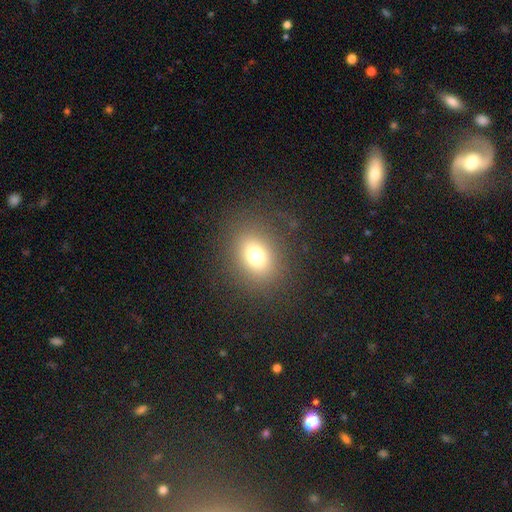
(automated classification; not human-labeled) The model was most divided on "how rounded": in between: 52%, round: 46%, cigar-shaped: 1%. More confident: merging — none (83%); smooth or featured — smooth (72%).